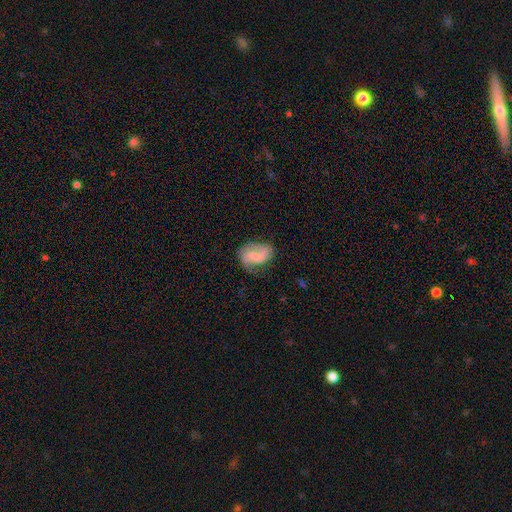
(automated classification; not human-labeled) The model was most divided on "spiral winding": medium: 44%, loose: 40%, tight: 15%. Remaining: edge-on disk — no (98%); spiral arms — yes (93%); spiral arm count — 2 (84%); smooth or featured — featured or disk (72%); merging — none (65%); bar — weak (50%); bulge size — small (43%).